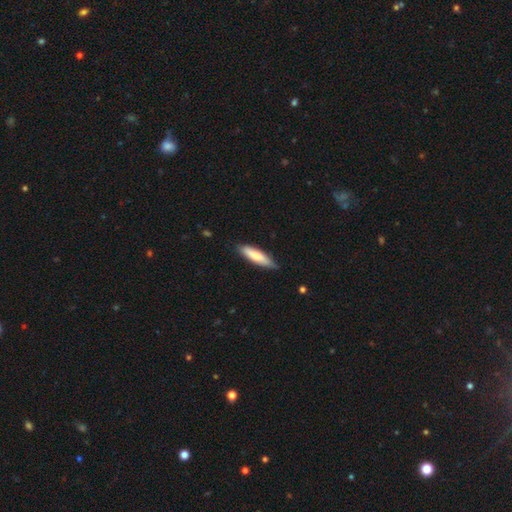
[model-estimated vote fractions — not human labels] Smooth or featured? Predicted: smooth (p=0.73). How rounded? Predicted: cigar-shaped (p=0.70). Merging? Predicted: none (p=0.77).